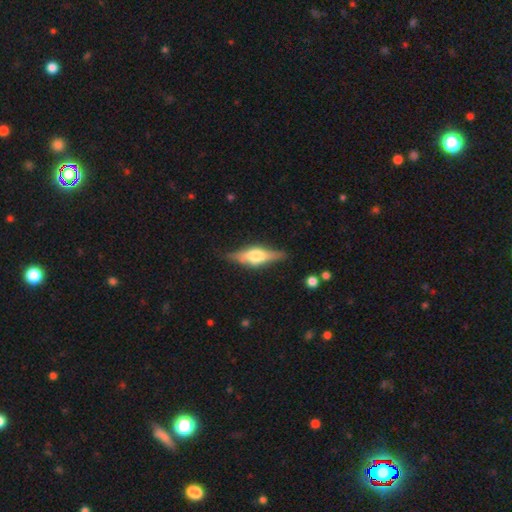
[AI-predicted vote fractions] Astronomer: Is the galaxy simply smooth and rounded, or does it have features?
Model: featured or disk — 61%.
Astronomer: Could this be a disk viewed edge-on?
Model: yes — 93%.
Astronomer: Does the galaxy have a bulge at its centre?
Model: rounded — 88%.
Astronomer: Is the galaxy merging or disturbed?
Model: none — 80%.